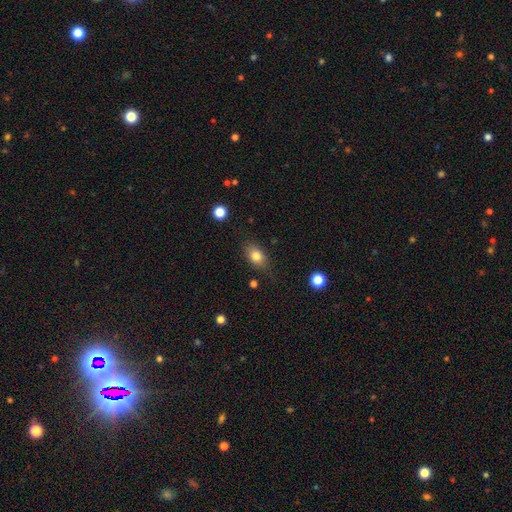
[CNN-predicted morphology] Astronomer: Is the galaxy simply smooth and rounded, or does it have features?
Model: smooth — 80%.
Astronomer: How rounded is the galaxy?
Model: in between — 78%.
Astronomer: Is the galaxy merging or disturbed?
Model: none — 78%.